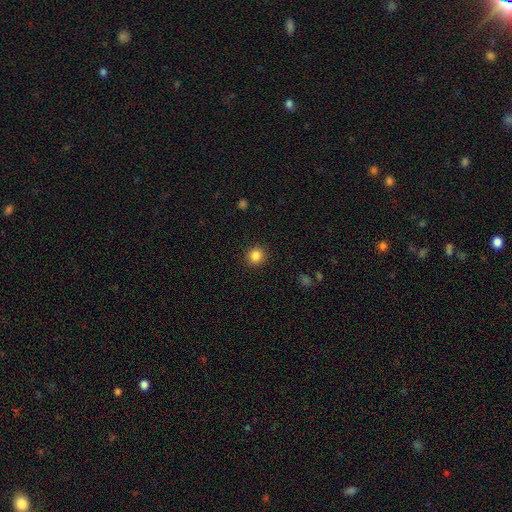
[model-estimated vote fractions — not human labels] Morphology: type=smooth (85%); roundness=round (90%); merging=none (91%).